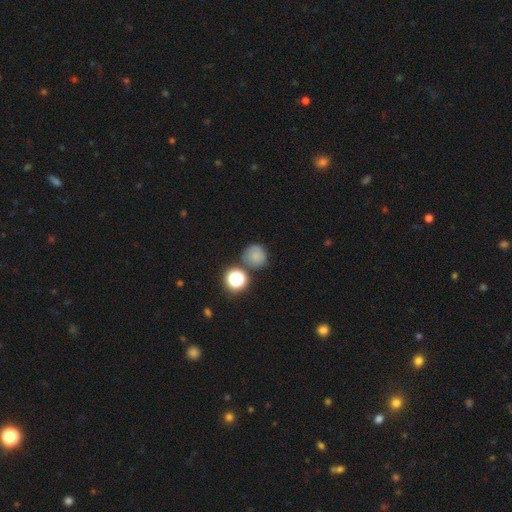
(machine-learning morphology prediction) Smooth or featured: smooth — 73% (star or artifact — 17%)
How rounded: round — 85% (in between — 14%)
Merging: none — 68% (minor disturbance — 15%)